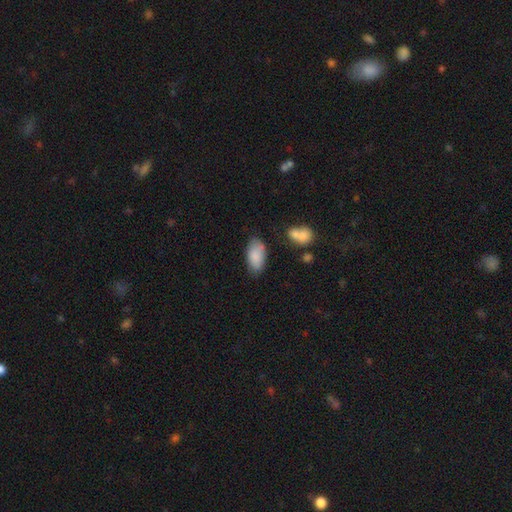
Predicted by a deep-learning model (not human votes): Smooth or featured?
  - smooth: 86% *
  - featured or disk: 8%
  - star or artifact: 6%
How rounded?
  - in between: 93% *
  - cigar-shaped: 4%
  - round: 3%
Merging?
  - none: 72% *
  - minor disturbance: 20%
  - major disturbance: 4%
  - merger: 4%